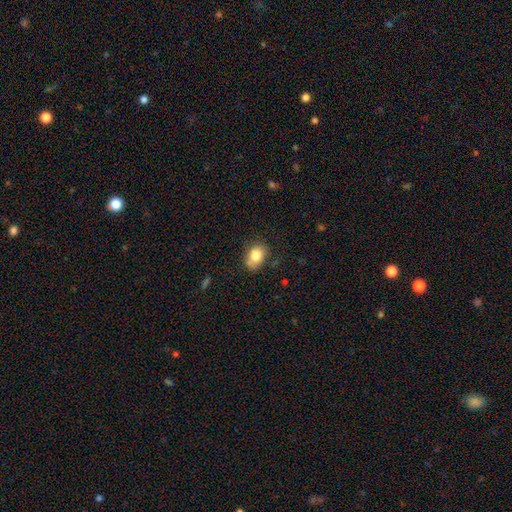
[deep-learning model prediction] Smooth or featured? smooth (81%)
How rounded? in between (75%)
Merging? none (69%)